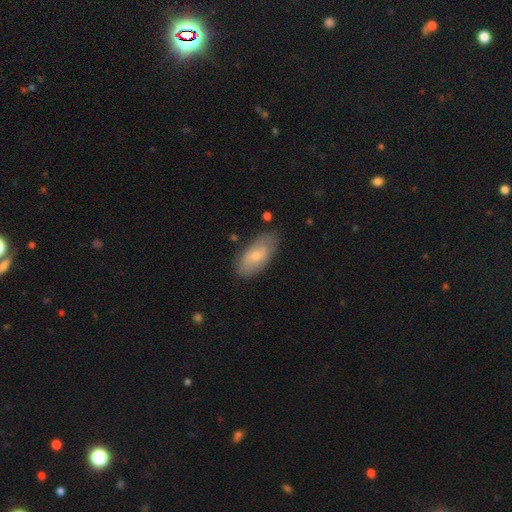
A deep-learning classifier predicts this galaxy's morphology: Smooth or featured? smooth (61%)
How rounded? in between (91%)
Merging? none (78%)